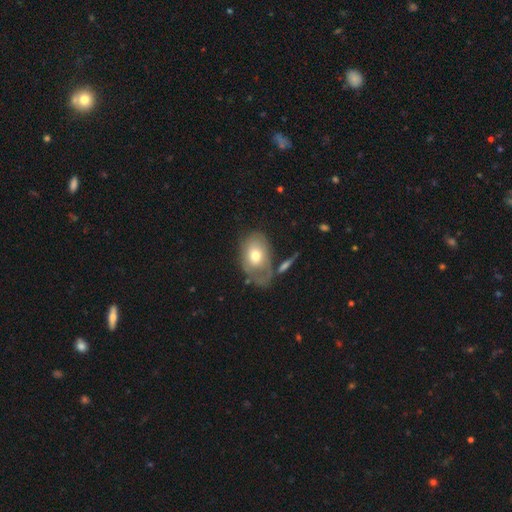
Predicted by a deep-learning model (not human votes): smooth_or_featured: smooth (p=0.58) [alt: featured or disk p=0.34]
how_rounded: in between (p=0.80) [alt: round p=0.19]
merging: none (p=0.42) [alt: minor disturbance p=0.24]